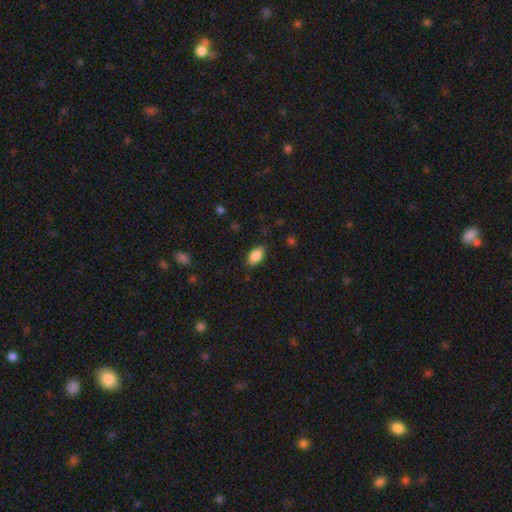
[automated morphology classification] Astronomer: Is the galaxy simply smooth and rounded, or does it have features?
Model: smooth — 87%.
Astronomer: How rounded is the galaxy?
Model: in between — 91%.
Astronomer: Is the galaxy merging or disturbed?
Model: none — 83%.